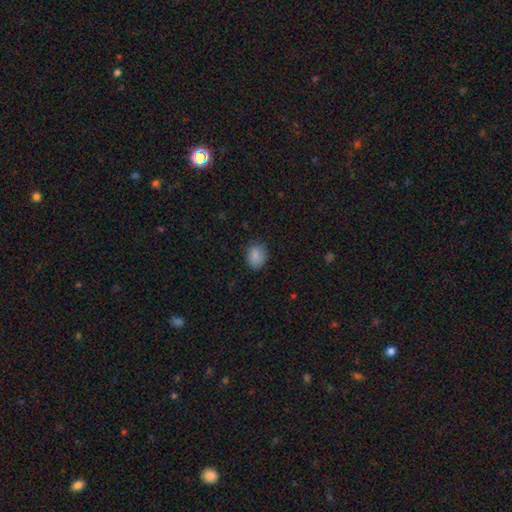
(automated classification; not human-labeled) Q: Smooth or featured?
A: smooth (87%); runner-up: star or artifact (9%)
Q: How rounded?
A: in between (55%); runner-up: round (44%)
Q: Merging?
A: none (80%); runner-up: minor disturbance (16%)